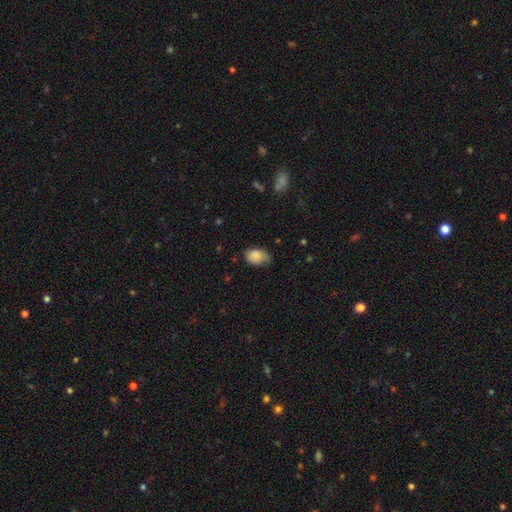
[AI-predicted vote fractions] This is clearly a smooth galaxy (85%). How rounded: likely in between (79%). Merging: possibly none (58%).